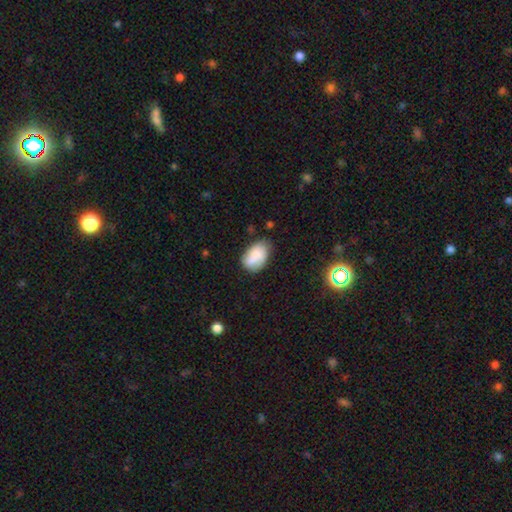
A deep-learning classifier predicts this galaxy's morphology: smooth 73%, featured or disk 19%, star or artifact 8%. Down the decision tree: how rounded — in between (86%); merging — none (59%).